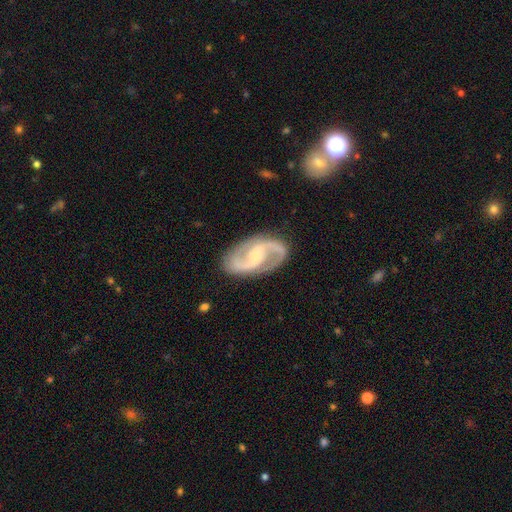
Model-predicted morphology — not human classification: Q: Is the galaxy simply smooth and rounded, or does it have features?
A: featured or disk — 91%.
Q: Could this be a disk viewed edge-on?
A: no — 97%.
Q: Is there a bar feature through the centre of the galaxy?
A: weak — 46%.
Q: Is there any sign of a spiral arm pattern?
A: yes — 97%.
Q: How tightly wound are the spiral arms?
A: medium — 54%.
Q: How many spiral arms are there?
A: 2 — 94%.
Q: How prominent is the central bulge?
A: small — 62%.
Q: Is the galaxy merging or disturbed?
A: none — 84%.